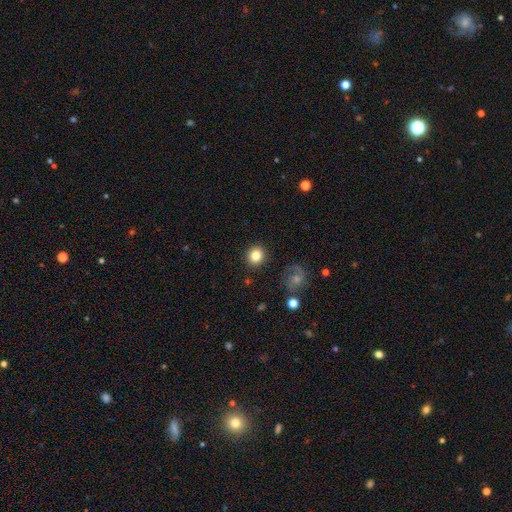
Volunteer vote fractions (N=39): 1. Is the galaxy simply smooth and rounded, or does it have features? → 82% smooth, 10% featured or disk, 8% star or artifact.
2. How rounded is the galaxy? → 88% round, 12% in between, 0% cigar-shaped.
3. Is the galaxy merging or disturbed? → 86% none, 11% minor disturbance, 3% major disturbance, 0% merger.